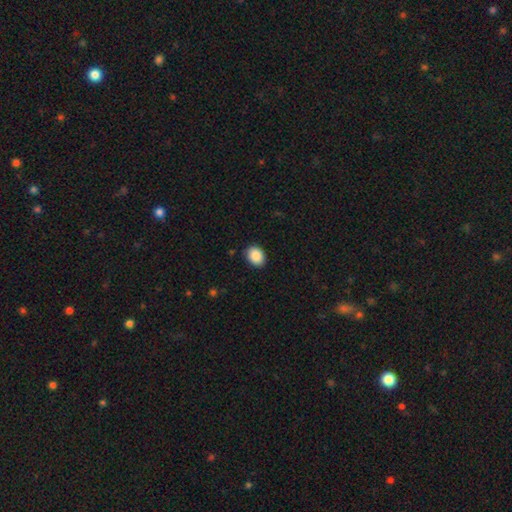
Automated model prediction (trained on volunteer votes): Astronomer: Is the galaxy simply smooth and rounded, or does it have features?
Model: smooth — 89%.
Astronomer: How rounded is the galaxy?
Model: in between — 60% (runner-up: round, 39%).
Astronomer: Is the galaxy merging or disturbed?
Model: none — 85%.